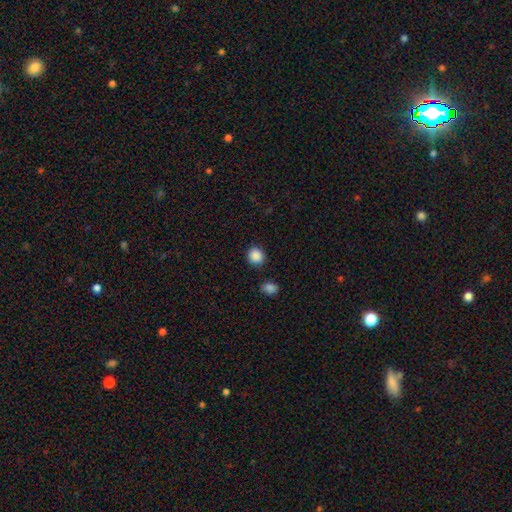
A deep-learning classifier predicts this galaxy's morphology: Smooth or featured: smooth — 88% (star or artifact — 9%)
How rounded: round — 84% (in between — 15%)
Merging: none — 85% (minor disturbance — 9%)